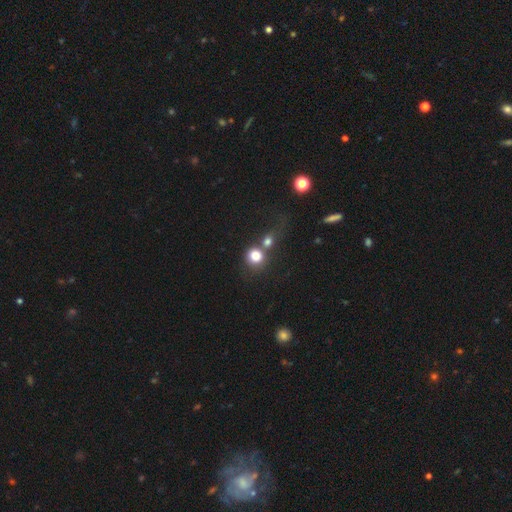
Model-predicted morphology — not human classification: type=smooth (79%); roundness=round (85%); merging=merger (47%).